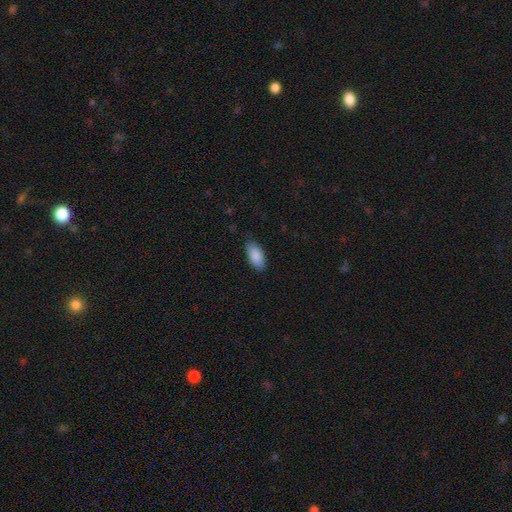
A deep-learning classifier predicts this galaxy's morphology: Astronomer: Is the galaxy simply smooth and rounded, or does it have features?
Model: smooth — 89%.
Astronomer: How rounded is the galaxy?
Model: in between — 92%.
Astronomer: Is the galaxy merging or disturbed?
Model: none — 83%.